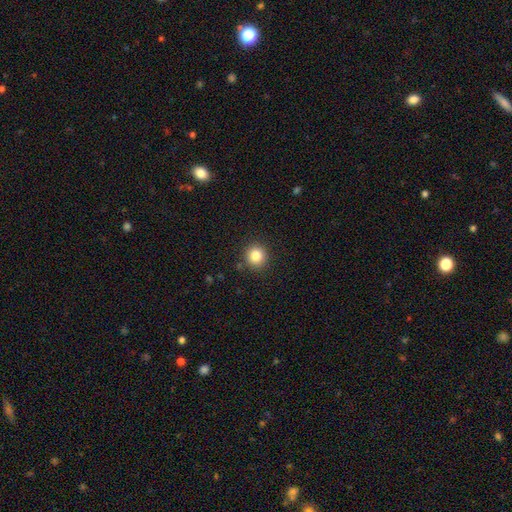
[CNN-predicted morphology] type=smooth (84%); roundness=round (91%); merging=none (90%).